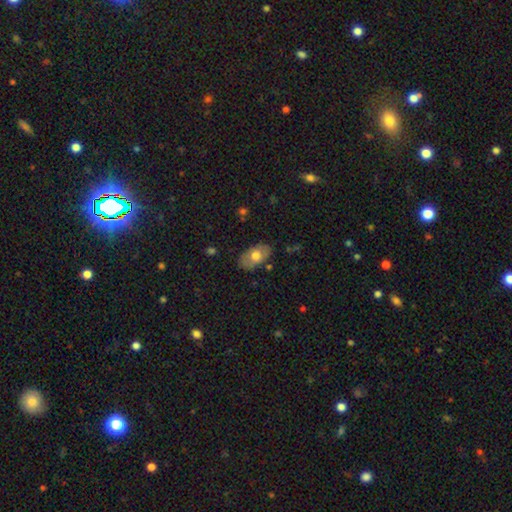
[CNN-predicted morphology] smooth_or_featured: smooth (p=0.63) [alt: featured or disk p=0.30]
how_rounded: in between (p=0.92) [alt: round p=0.07]
merging: none (p=0.79) [alt: minor disturbance p=0.16]